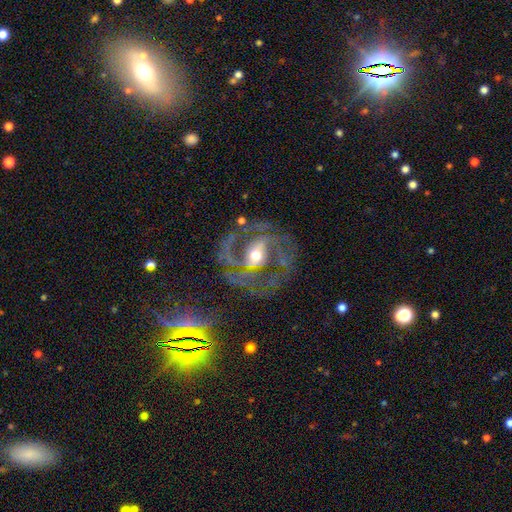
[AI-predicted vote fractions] Smooth or featured? Predicted: featured or disk (p=0.90). Edge-on disk? Predicted: no (p=0.97). Bar? Predicted: strong (p=0.39). Spiral arms? Predicted: yes (p=0.96). Spiral winding? Predicted: medium (p=0.54). Spiral arm count? Predicted: 2 (p=0.73). Bulge size? Predicted: moderate (p=0.68). Merging? Predicted: none (p=0.66).